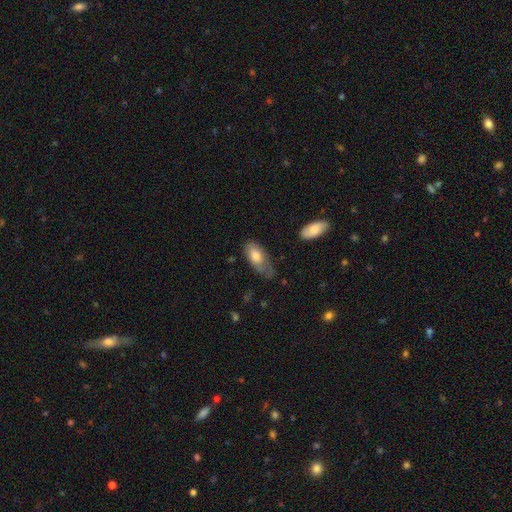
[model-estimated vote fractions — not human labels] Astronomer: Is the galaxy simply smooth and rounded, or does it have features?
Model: smooth — 74%.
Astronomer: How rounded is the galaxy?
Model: in between — 89%.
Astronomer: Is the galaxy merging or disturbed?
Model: minor disturbance — 40% (runner-up: none, 38%).